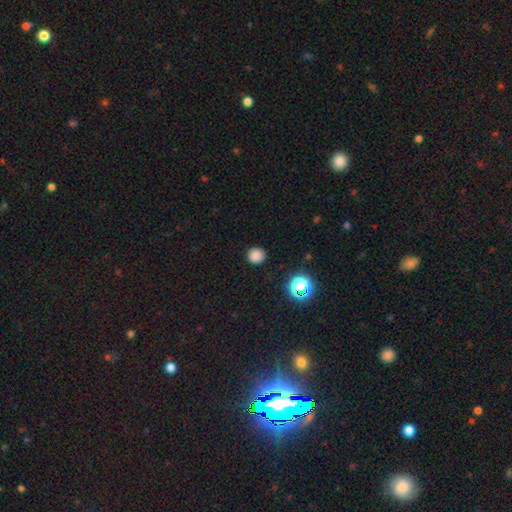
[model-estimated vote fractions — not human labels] Smooth or featured? Predicted: smooth (p=0.82). How rounded? Predicted: round (p=0.88). Merging? Predicted: none (p=0.88).